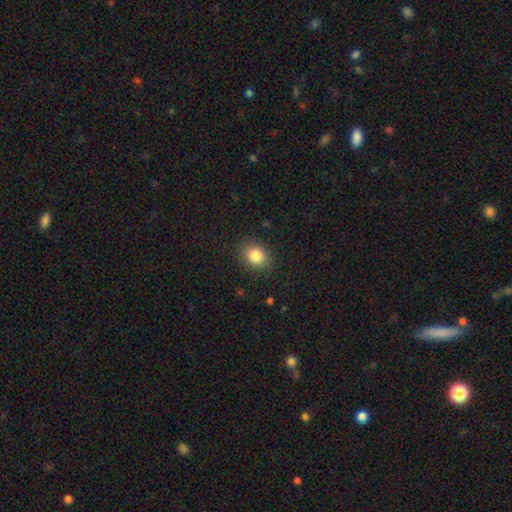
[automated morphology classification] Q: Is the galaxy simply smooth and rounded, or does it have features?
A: smooth — 85%.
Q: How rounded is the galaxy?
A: round — 57%.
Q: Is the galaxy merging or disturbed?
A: none — 86%.